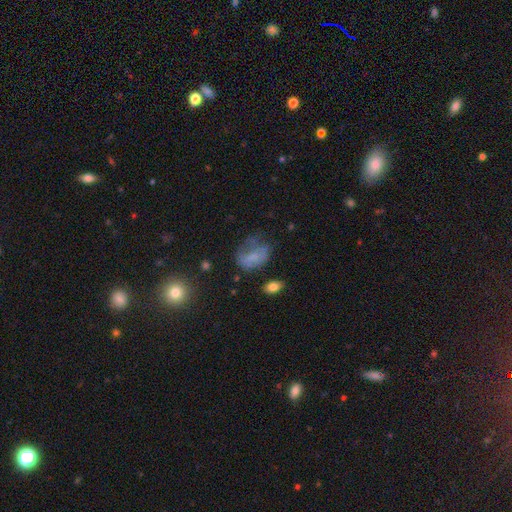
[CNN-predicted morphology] smooth-or-featured: smooth: 56% | featured or disk: 29% | star or artifact: 15%
  how-rounded: in between: 67% | round: 31% | cigar-shaped: 2%
  merging: none: 37% | major disturbance: 32% | minor disturbance: 27% | merger: 4%